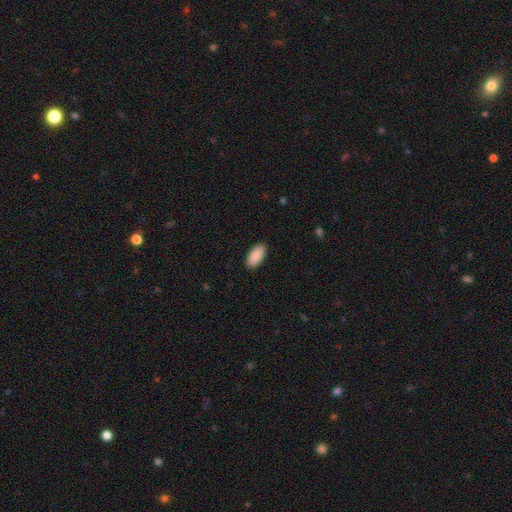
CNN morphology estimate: A smooth galaxy with no disk features (91%) that is in between round and cigar-shaped (94%). Merging: none (89%).